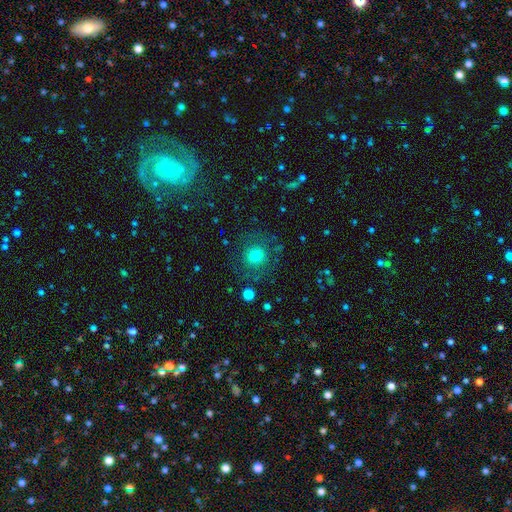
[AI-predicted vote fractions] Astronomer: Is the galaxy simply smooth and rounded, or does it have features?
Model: smooth — 70%.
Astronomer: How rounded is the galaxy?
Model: round — 87%.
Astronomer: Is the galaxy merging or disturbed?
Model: none — 78%.